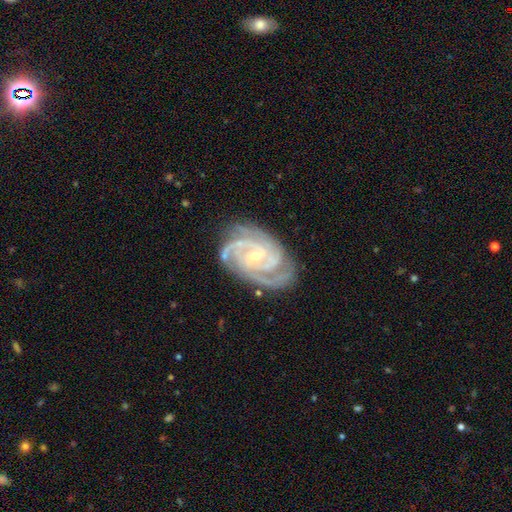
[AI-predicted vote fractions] This appears to be a featured or disk galaxy (92%) with a weak bar (42%), 3 (42%) tight (70%) spiral arms (99%) and a small central bulge (70%). Merging: none (77%).